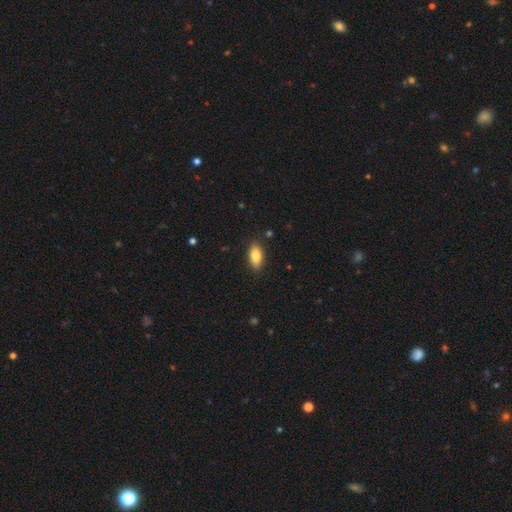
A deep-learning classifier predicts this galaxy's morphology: The model was most divided on "smooth or featured": smooth: 82%, featured or disk: 11%, star or artifact: 7%. More confident: how rounded — in between (87%); merging — none (87%).